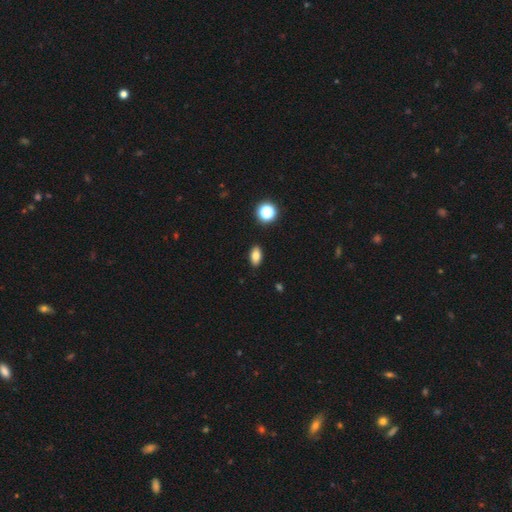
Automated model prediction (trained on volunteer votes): Q: Smooth or featured?
A: smooth (81%); runner-up: star or artifact (11%)
Q: How rounded?
A: in between (88%); runner-up: round (8%)
Q: Merging?
A: none (89%); runner-up: minor disturbance (7%)